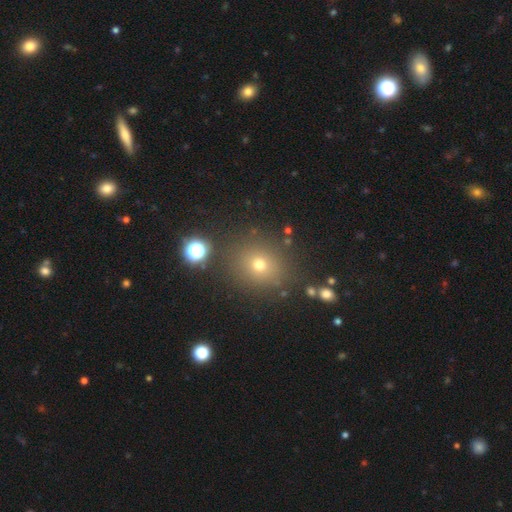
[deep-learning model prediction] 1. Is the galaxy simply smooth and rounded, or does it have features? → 49% smooth, 39% star or artifact, 11% featured or disk.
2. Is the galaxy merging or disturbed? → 85% none, 8% minor disturbance, 4% merger, 3% major disturbance.